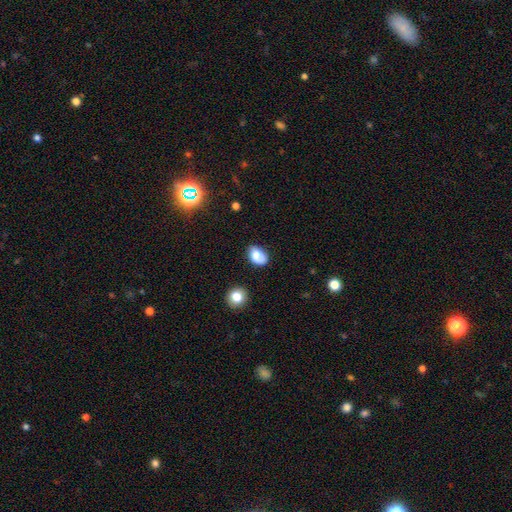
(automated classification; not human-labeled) Smooth or featured?
  - smooth: 78% *
  - featured or disk: 13%
  - star or artifact: 9%
How rounded?
  - in between: 81% *
  - round: 18%
  - cigar-shaped: 1%
Merging?
  - none: 66% *
  - minor disturbance: 25%
  - major disturbance: 6%
  - merger: 3%